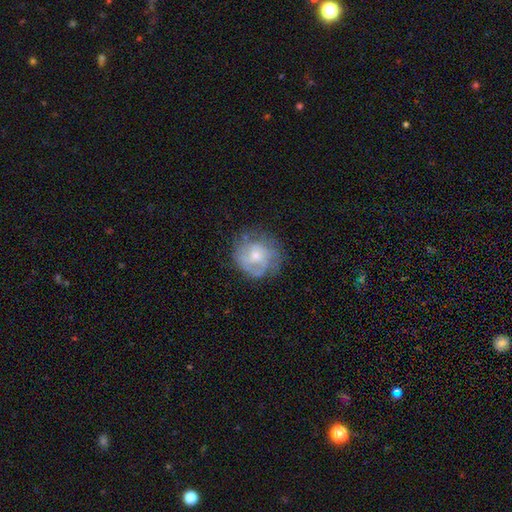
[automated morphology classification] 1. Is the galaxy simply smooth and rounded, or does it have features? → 56% featured or disk, 36% smooth, 8% star or artifact.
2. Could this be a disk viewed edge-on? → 98% no, 2% yes.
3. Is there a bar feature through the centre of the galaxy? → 74% no, 23% weak, 3% strong.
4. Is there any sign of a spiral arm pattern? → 67% yes, 33% no.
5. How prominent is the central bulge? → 57% small, 37% moderate, 3% none, 2% large, 1% dominant.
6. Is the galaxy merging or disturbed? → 63% none, 22% minor disturbance, 13% major disturbance, 2% merger.